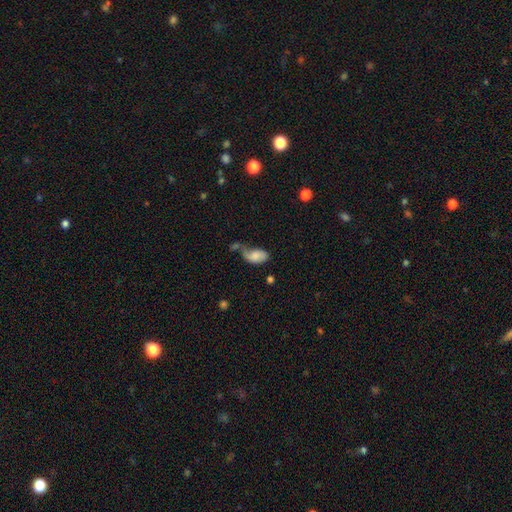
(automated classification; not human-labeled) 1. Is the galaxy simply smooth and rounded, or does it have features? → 66% smooth, 25% featured or disk, 9% star or artifact.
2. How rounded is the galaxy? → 91% in between, 7% round, 2% cigar-shaped.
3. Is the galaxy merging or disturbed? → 27% merger, 26% major disturbance, 25% none, 22% minor disturbance.